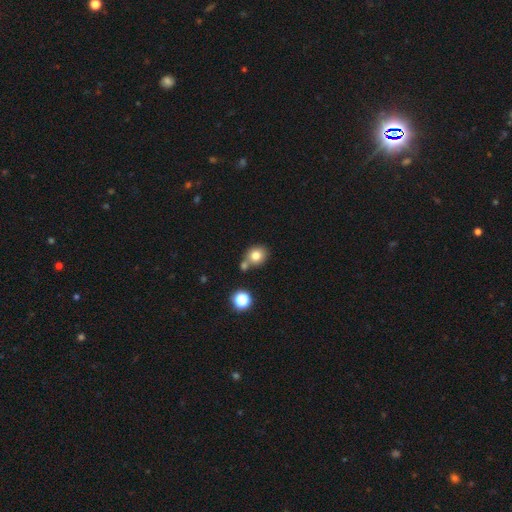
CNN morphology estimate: Smooth or featured? smooth (78%)
How rounded? round (72%)
Merging? none (59%)